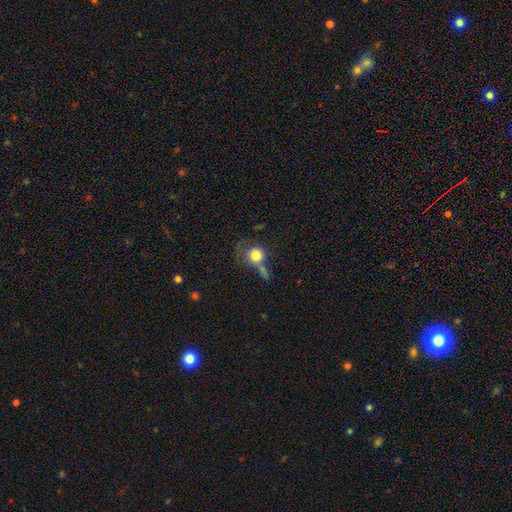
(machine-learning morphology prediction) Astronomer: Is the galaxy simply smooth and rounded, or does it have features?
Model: smooth — 78%.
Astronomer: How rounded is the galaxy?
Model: round — 80%.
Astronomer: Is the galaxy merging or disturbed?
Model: none — 33% (runner-up: merger, 28%).